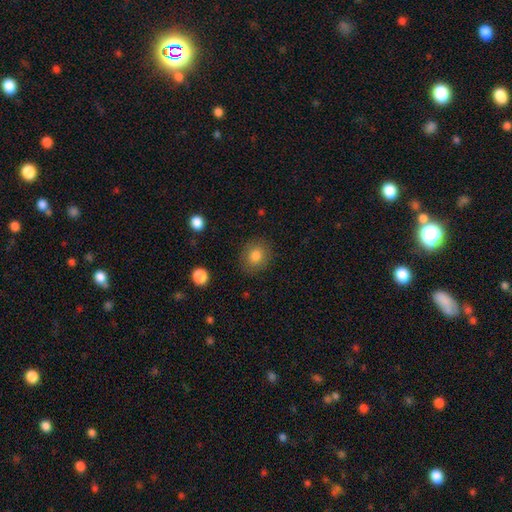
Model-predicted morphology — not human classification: smooth-or-featured: smooth: 82% | star or artifact: 10% | featured or disk: 9%
  how-rounded: round: 72% | in between: 27% | cigar-shaped: 1%
  merging: none: 86% | minor disturbance: 9% | major disturbance: 3% | merger: 1%